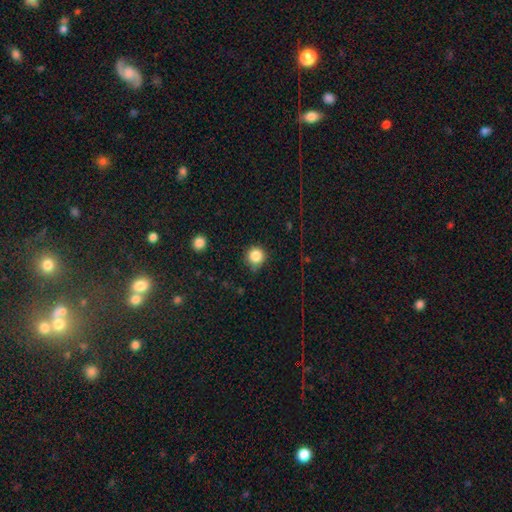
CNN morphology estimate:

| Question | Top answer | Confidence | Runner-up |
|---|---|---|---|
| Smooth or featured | smooth | 84% | star or artifact (12%) |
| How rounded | round | 93% | in between (6%) |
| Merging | none | 77% | minor disturbance (17%) |